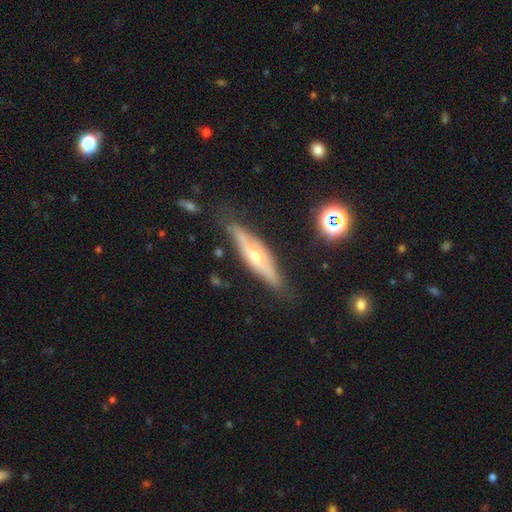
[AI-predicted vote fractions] Smooth or featured? Predicted: featured or disk (p=0.68). Edge-on disk? Predicted: yes (p=0.87). Edge-on bulge? Predicted: rounded (p=0.84). Merging? Predicted: none (p=0.77).